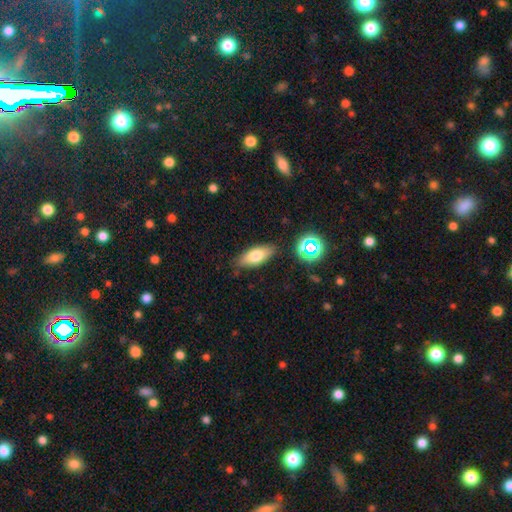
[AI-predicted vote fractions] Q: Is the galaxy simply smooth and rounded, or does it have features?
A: smooth — 72%.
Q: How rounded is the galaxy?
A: in between — 76%.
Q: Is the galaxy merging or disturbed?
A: none — 83%.